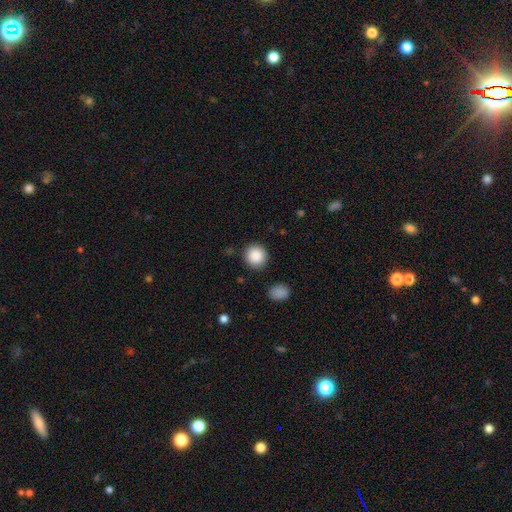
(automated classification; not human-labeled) Smooth or featured? smooth (89%)
How rounded? round (93%)
Merging? none (89%)